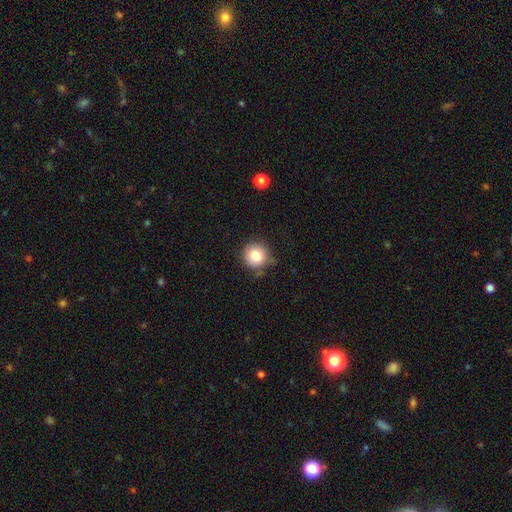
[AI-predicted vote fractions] smooth 82%, star or artifact 10%, featured or disk 8%. Down the decision tree: how rounded — round (93%); merging — none (73%).